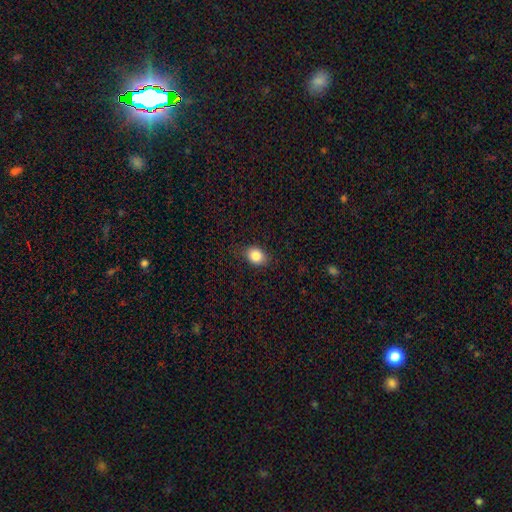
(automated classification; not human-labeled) Q: Smooth or featured?
A: smooth (84%); runner-up: star or artifact (9%)
Q: How rounded?
A: in between (60%); runner-up: round (39%)
Q: Merging?
A: none (85%); runner-up: minor disturbance (11%)